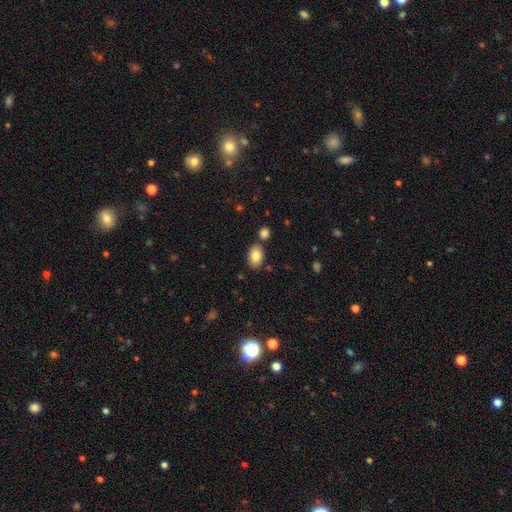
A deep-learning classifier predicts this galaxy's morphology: smooth_or_featured: smooth (p=0.83) [alt: featured or disk p=0.09]
how_rounded: in between (p=0.88) [alt: round p=0.11]
merging: none (p=0.78) [alt: minor disturbance p=0.10]